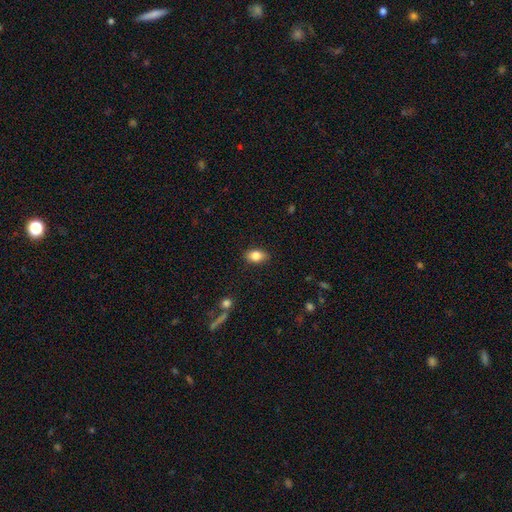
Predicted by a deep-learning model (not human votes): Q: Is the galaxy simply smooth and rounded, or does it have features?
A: smooth — 83%.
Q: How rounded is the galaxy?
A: in between — 84%.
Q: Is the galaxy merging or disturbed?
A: none — 86%.